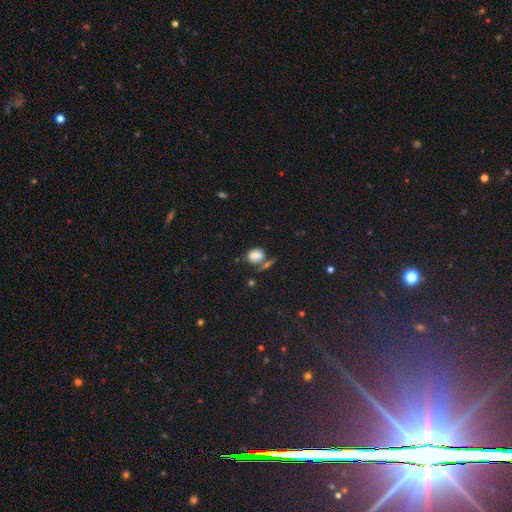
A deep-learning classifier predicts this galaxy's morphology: smooth 80%, star or artifact 12%, featured or disk 8%. Down the decision tree: how rounded — round (56%); merging — none (49%).